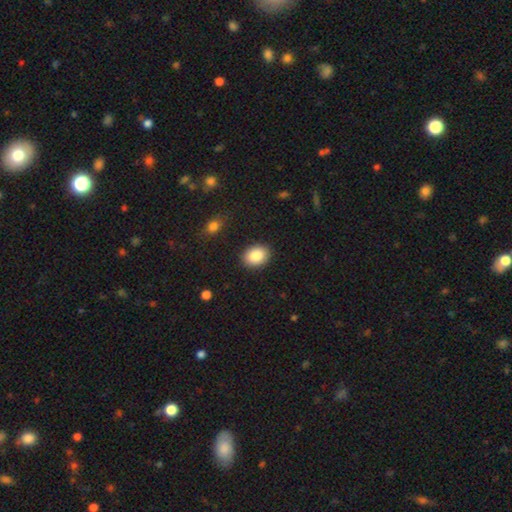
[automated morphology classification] A smooth galaxy with no disk features (86%) that is in between round and cigar-shaped (64%). Merging: none (89%).